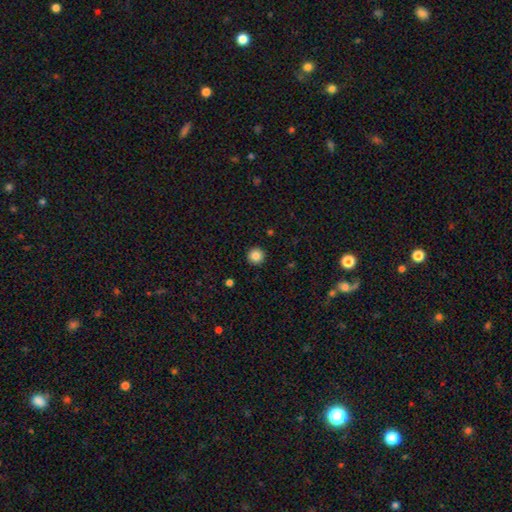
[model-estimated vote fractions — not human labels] Overall: smooth (86%). How rounded: round (96%). Merging: none (93%).